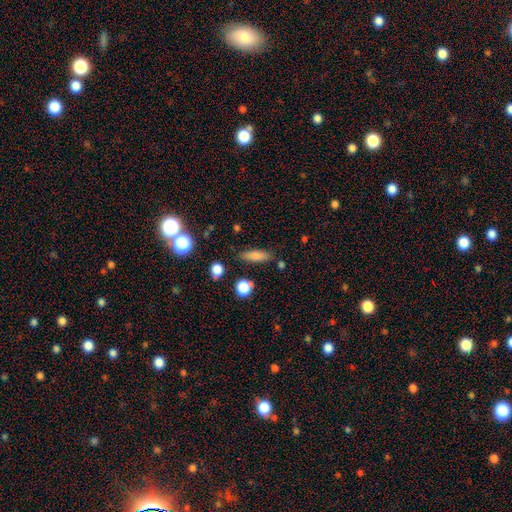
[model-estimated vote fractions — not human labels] smooth-or-featured: smooth: 80% | featured or disk: 10% | star or artifact: 10%
  how-rounded: in between: 51% | cigar-shaped: 44% | round: 4%
  merging: none: 83% | minor disturbance: 11% | merger: 4% | major disturbance: 3%